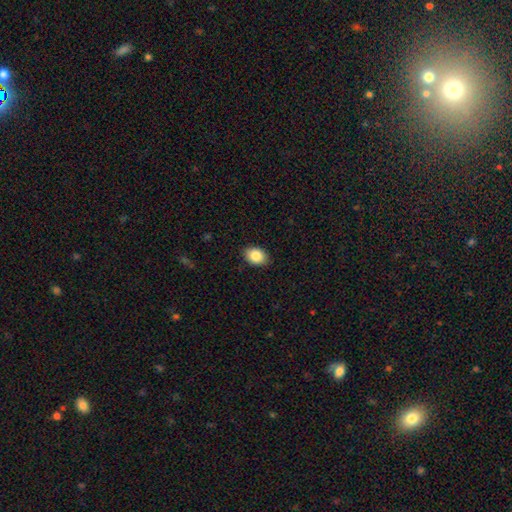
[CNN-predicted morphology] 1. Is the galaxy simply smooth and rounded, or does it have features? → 87% smooth, 8% star or artifact, 6% featured or disk.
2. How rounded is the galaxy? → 75% in between, 24% round, 1% cigar-shaped.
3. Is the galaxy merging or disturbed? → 87% none, 10% minor disturbance, 2% major disturbance, 1% merger.